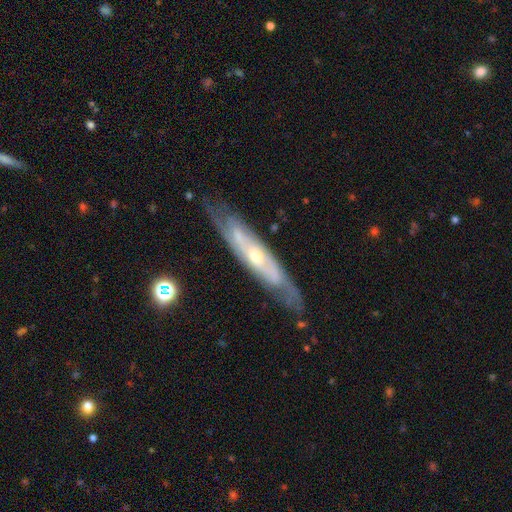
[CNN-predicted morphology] Q: Smooth or featured?
A: featured or disk (80%); runner-up: smooth (15%)
Q: Edge-on disk?
A: no (62%); runner-up: yes (38%)
Q: Merging?
A: none (77%); runner-up: minor disturbance (16%)